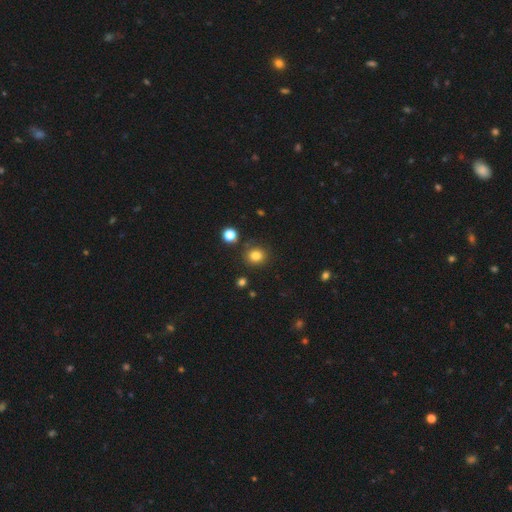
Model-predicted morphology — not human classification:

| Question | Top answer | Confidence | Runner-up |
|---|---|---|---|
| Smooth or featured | smooth | 82% | star or artifact (13%) |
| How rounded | round | 83% | in between (16%) |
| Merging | none | 84% | minor disturbance (9%) |